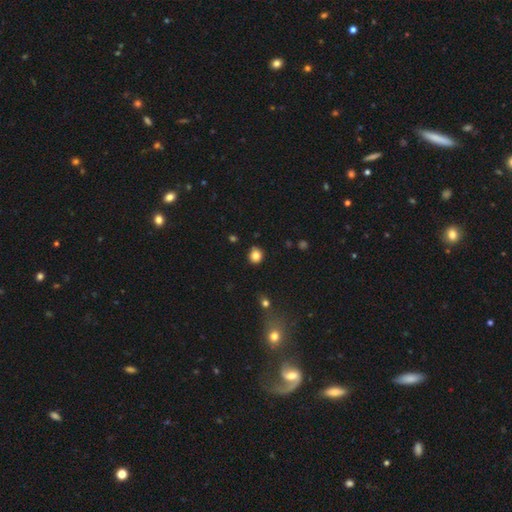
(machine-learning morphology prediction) Q: Smooth or featured?
A: smooth (83%); runner-up: star or artifact (12%)
Q: How rounded?
A: round (87%); runner-up: in between (12%)
Q: Merging?
A: none (88%); runner-up: minor disturbance (8%)